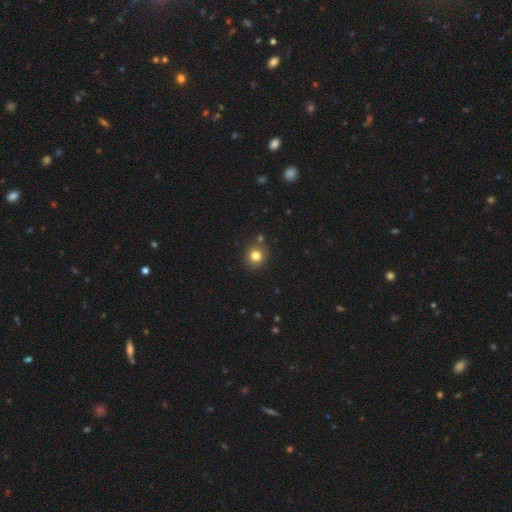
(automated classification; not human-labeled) This is clearly a smooth galaxy (80%). How rounded: clearly round (88%). Merging: clearly none (85%).